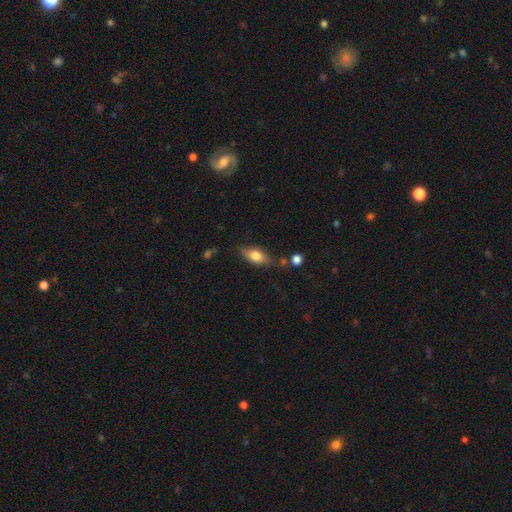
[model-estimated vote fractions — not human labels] smooth 70%, featured or disk 23%, star or artifact 7%. Down the decision tree: how rounded — in between (78%); merging — none (73%).